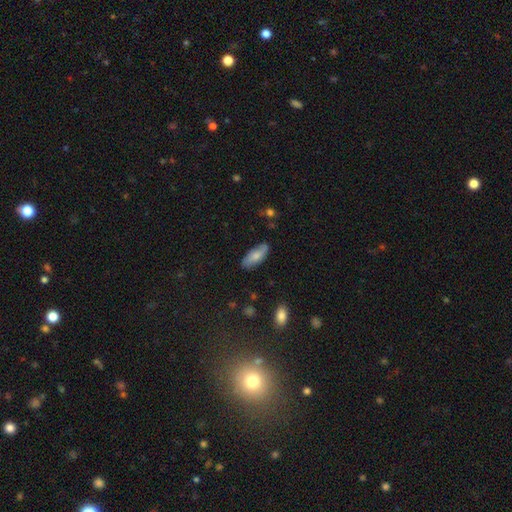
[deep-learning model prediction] This appears to be a smooth galaxy with no disk features (72%) that is in between round and cigar-shaped (82%). Merging: none (78%).